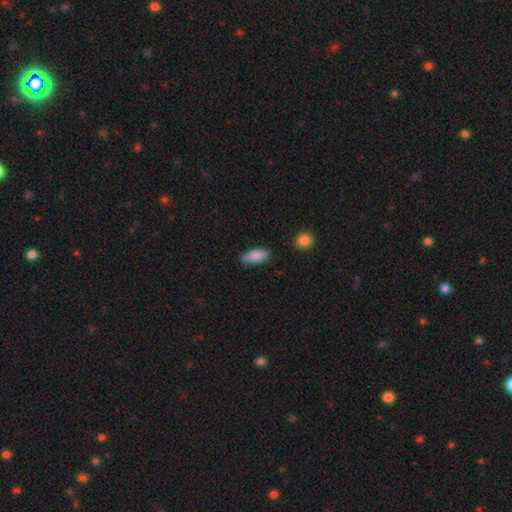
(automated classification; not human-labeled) A smooth galaxy with no disk features (87%) that is in between round and cigar-shaped (83%). Merging: none (83%).